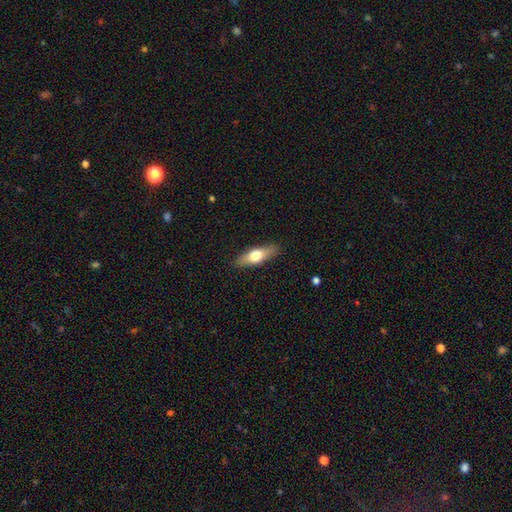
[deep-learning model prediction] Smooth or featured?
  - smooth: 62% *
  - featured or disk: 32%
  - star or artifact: 6%
How rounded?
  - in between: 54% *
  - cigar-shaped: 42%
  - round: 3%
Merging?
  - none: 87% *
  - minor disturbance: 9%
  - major disturbance: 2%
  - merger: 1%